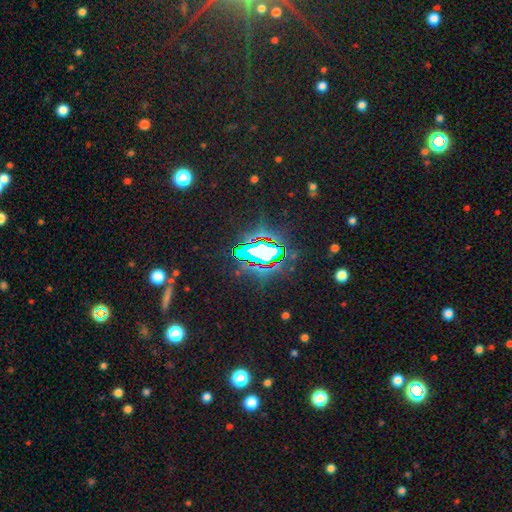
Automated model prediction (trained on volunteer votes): Overall: star or artifact (70%).